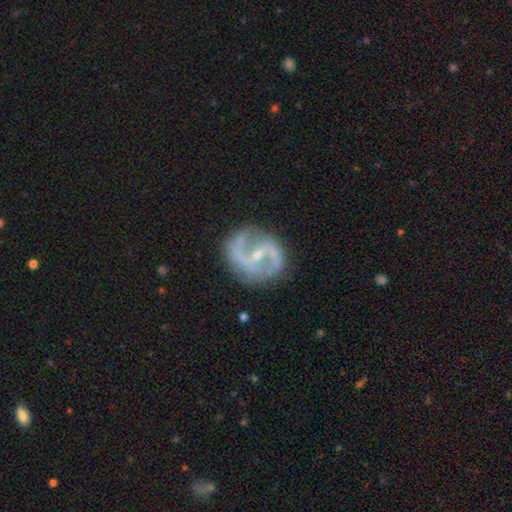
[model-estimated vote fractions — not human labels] This appears to be a featured or disk galaxy (86%) with a strong bar (41%), 2 (86%) medium (49%) spiral arms (89%) and a small central bulge (67%). Merging: none (75%).